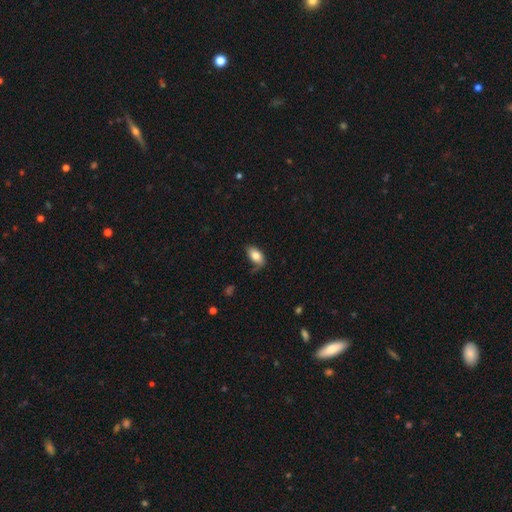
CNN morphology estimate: Smooth or featured?
  - smooth: 81% *
  - featured or disk: 12%
  - star or artifact: 7%
How rounded?
  - in between: 92% *
  - round: 4%
  - cigar-shaped: 4%
Merging?
  - none: 66% *
  - minor disturbance: 24%
  - major disturbance: 7%
  - merger: 3%